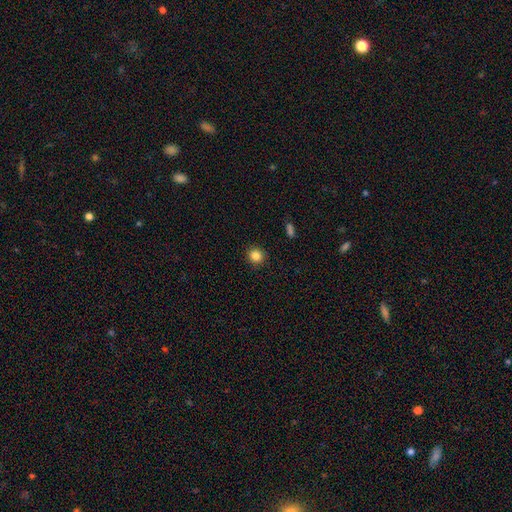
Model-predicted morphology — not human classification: type=smooth (84%); roundness=round (91%); merging=none (91%).